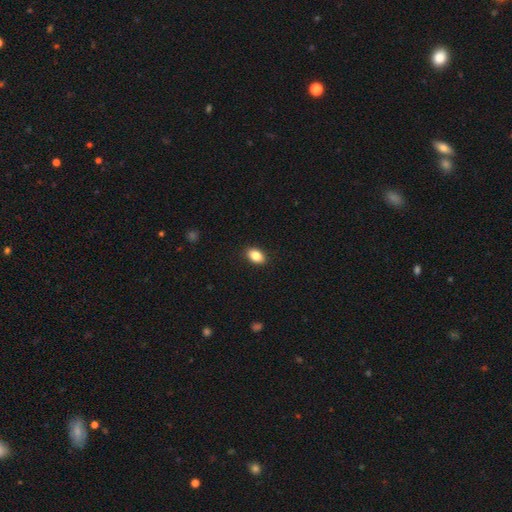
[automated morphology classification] A smooth galaxy with no disk features (85%) that is in between round and cigar-shaped (87%).

Vote fractions:
- Smooth or featured? smooth: 85% / star or artifact: 8% / featured or disk: 6%
- How rounded? in between: 87% / round: 11% / cigar-shaped: 2%
- Merging? none: 90% / minor disturbance: 7% / major disturbance: 2% / merger: 1%